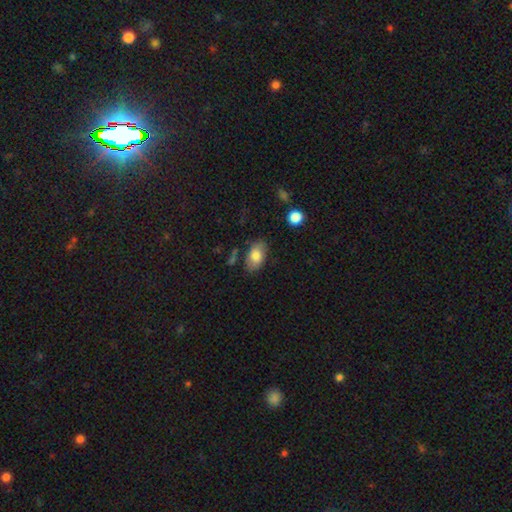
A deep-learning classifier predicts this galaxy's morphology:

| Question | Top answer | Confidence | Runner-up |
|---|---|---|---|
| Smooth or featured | smooth | 79% | featured or disk (14%) |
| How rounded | in between | 92% | round (6%) |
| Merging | none | 79% | minor disturbance (14%) |